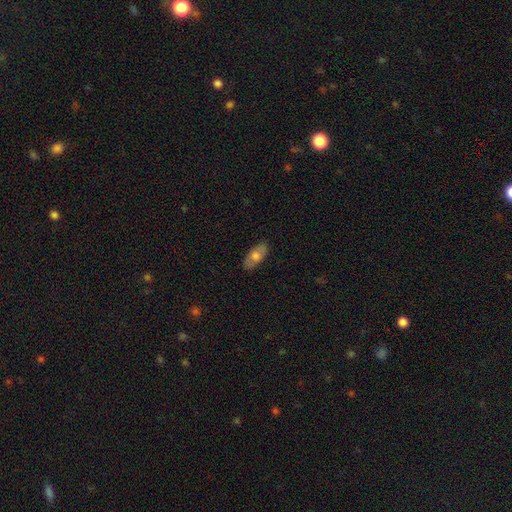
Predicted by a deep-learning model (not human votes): smooth-or-featured: smooth: 68% | featured or disk: 25% | star or artifact: 6%
  how-rounded: in between: 87% | cigar-shaped: 10% | round: 3%
  merging: none: 86% | minor disturbance: 11% | major disturbance: 2% | merger: 1%